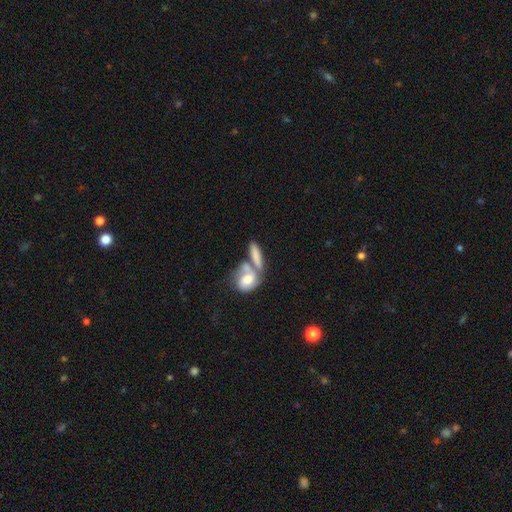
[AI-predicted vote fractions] Overall: smooth (63%; featured or disk 31%). How rounded: in between (56%; cigar-shaped 34%). Merging: merger (53%; none 30%).